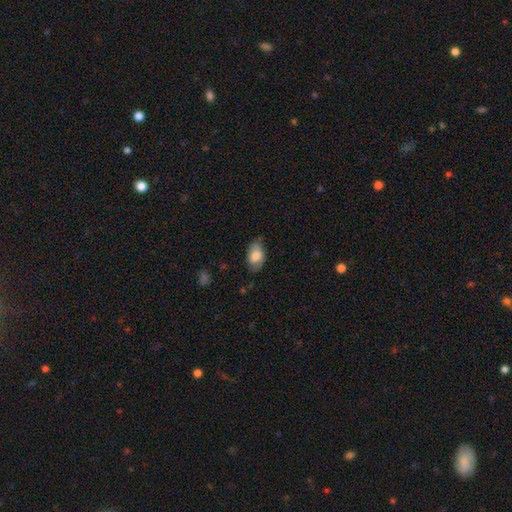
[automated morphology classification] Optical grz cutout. It shows a smooth galaxy with no disk features (75%) that is in between round and cigar-shaped (91%). Merging: none (65%).